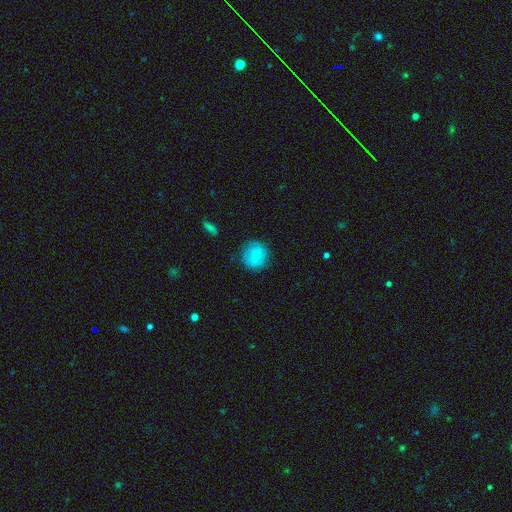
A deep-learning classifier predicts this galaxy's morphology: The model was most divided on "merging": none: 79%, minor disturbance: 15%, major disturbance: 5%, merger: 1%. More confident: how rounded — round (89%); smooth or featured — smooth (79%).